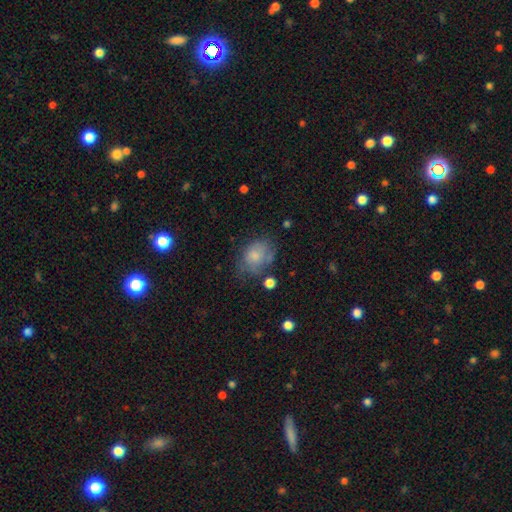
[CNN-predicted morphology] Overall: smooth (66%). How rounded: in between (66%; round 33%). Merging: none (47%; minor disturbance 31%).